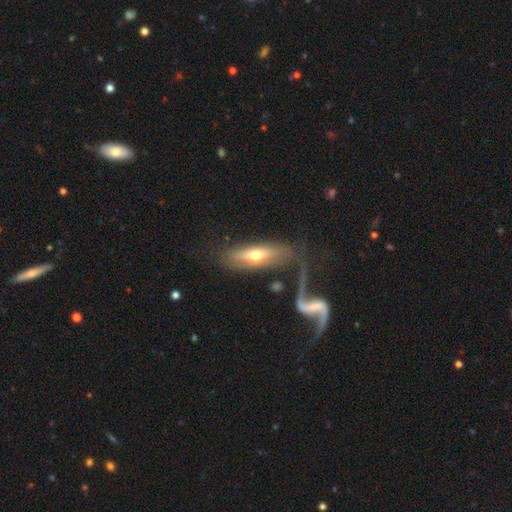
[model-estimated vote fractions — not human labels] Smooth or featured? featured or disk (47%, tied with smooth)
Merging? none (57%)